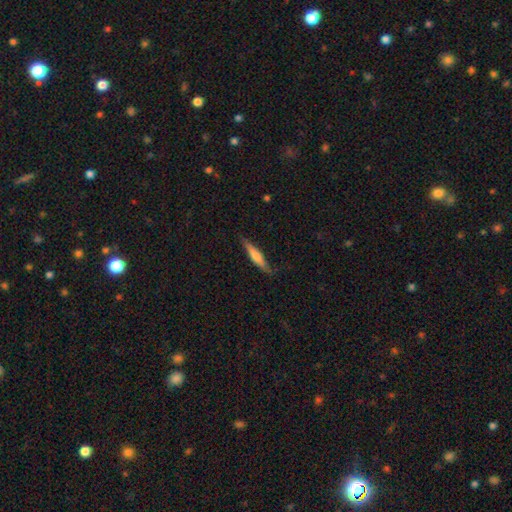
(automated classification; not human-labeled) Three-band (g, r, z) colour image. It shows a smooth galaxy with no disk features (50%) that is cigar-shaped (89%). Merging: none (80%).